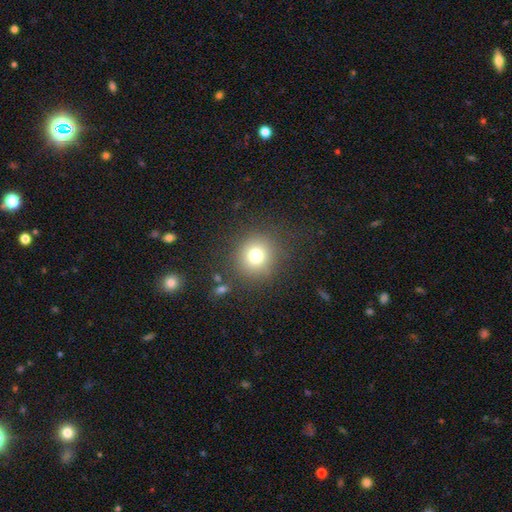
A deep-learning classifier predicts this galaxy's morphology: Q: Smooth or featured?
A: smooth (75%); runner-up: star or artifact (15%)
Q: How rounded?
A: round (92%); runner-up: in between (7%)
Q: Merging?
A: none (85%); runner-up: minor disturbance (8%)